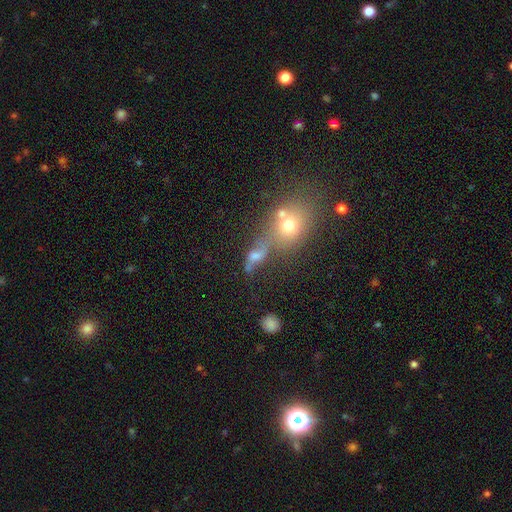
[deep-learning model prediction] Smooth or featured? Predicted: smooth (p=0.48). Merging? Predicted: merger (p=0.40).